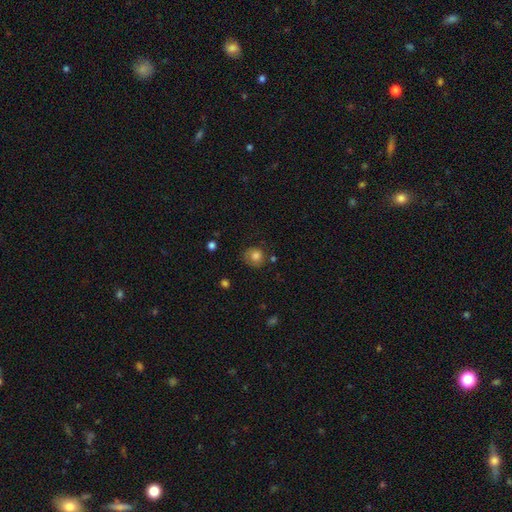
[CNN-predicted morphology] smooth 81%, star or artifact 10%, featured or disk 9%. Down the decision tree: how rounded — round (83%); merging — none (67%).